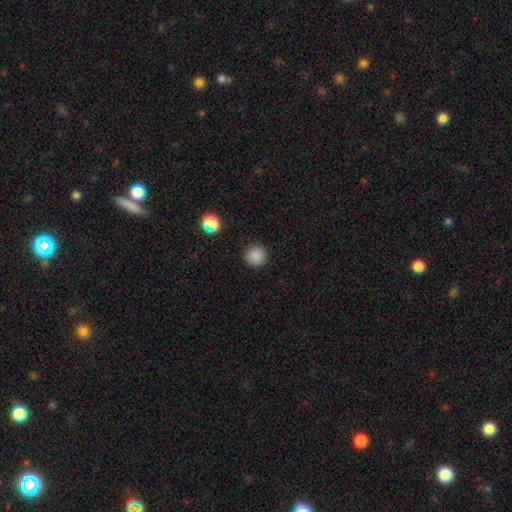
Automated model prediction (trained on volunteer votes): Smooth or featured? smooth (86%)
How rounded? round (95%)
Merging? none (92%)